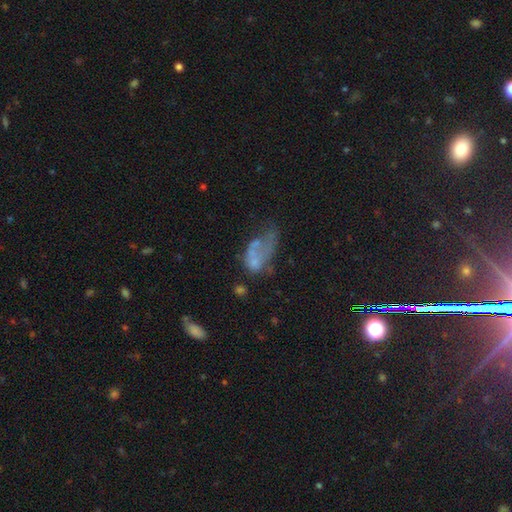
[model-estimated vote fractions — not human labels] Morphology: type=featured or disk (43%); merging=major disturbance (39%).